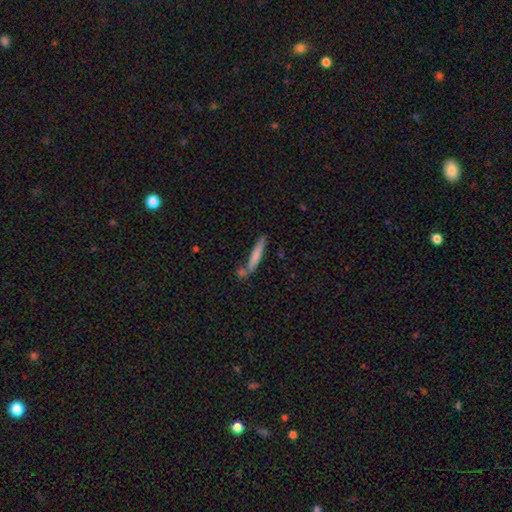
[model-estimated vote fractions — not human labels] The model was most divided on "smooth or featured": smooth: 69%, featured or disk: 25%, star or artifact: 6%. More confident: how rounded — cigar-shaped (93%); merging — none (68%).